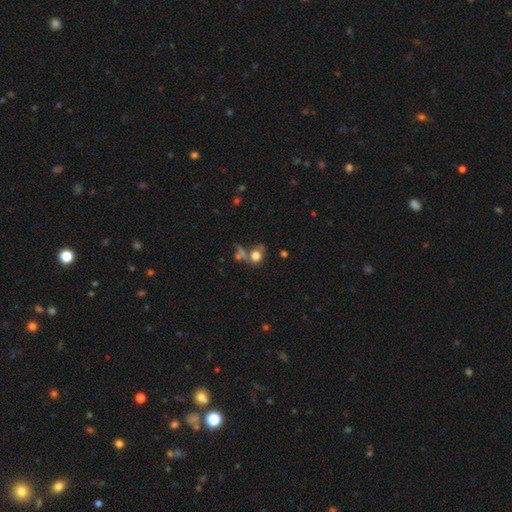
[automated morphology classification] This is likely a smooth galaxy (71%). How rounded: likely round (78%). Merging: marginally none (43%).